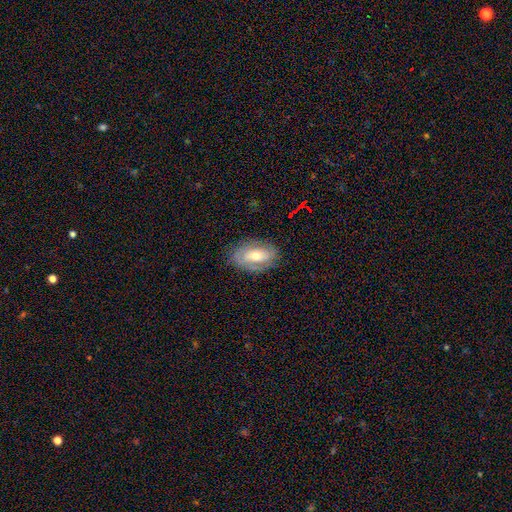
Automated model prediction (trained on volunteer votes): This is possibly a featured or disk galaxy (55%). It is clearly not viewed edge-on (91%). Bar: possibly no (54%). Spiral arm pattern: likely yes (61%). Central bulge: possibly moderate (58%). Merging: likely none (77%).